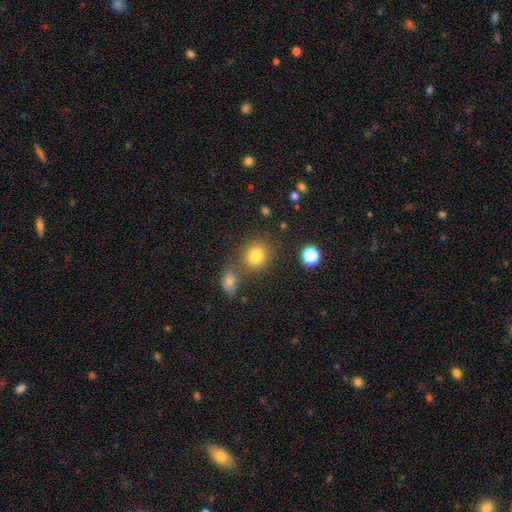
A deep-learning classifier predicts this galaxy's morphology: The model was most divided on "merging": none: 70%, merger: 17%, minor disturbance: 10%, major disturbance: 4%. More confident: how rounded — round (80%); smooth or featured — smooth (79%).